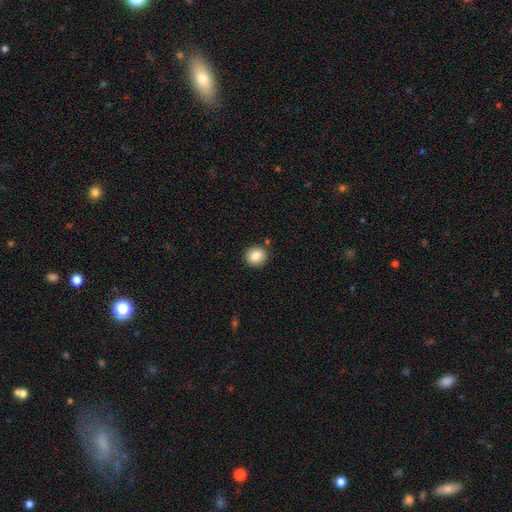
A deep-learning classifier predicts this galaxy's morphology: Q: Smooth or featured?
A: smooth (85%); runner-up: star or artifact (9%)
Q: How rounded?
A: round (82%); runner-up: in between (17%)
Q: Merging?
A: none (88%); runner-up: minor disturbance (7%)